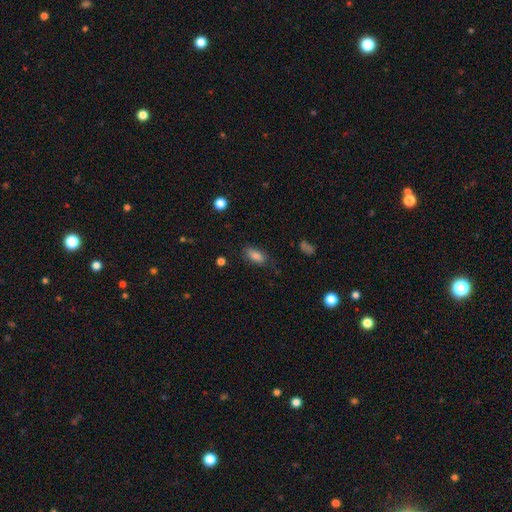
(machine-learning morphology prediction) The model was most divided on "merging": none: 78%, minor disturbance: 16%, major disturbance: 4%, merger: 2%. More confident: how rounded — in between (85%); smooth or featured — smooth (83%).